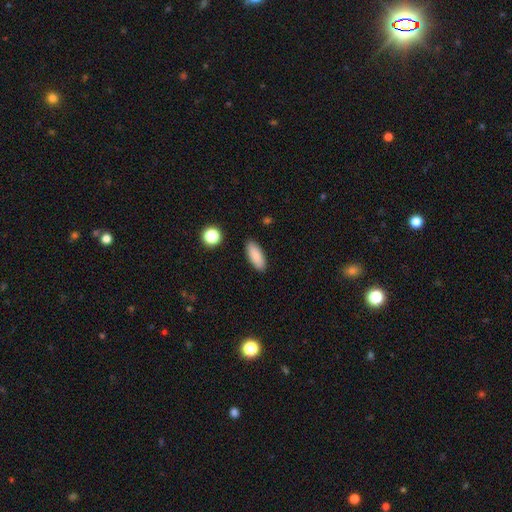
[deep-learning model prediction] Overall: smooth (87%). How rounded: in between (76%). Merging: none (89%).